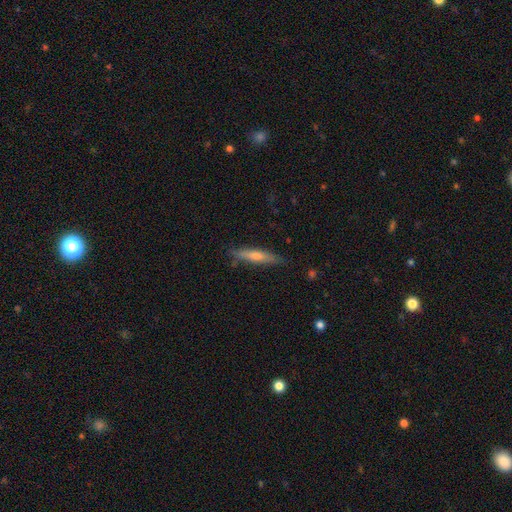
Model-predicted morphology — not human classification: Q: Smooth or featured?
A: smooth (53%); runner-up: featured or disk (41%)
Q: How rounded?
A: cigar-shaped (90%); runner-up: in between (9%)
Q: Merging?
A: none (84%); runner-up: minor disturbance (12%)